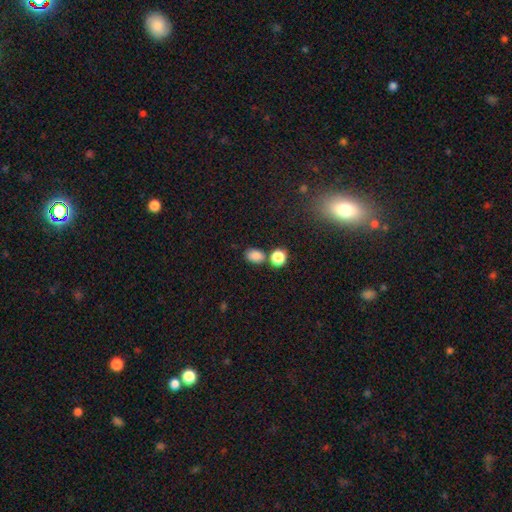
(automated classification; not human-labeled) Q: Smooth or featured?
A: smooth (83%); runner-up: star or artifact (12%)
Q: How rounded?
A: in between (74%); runner-up: round (24%)
Q: Merging?
A: none (69%); runner-up: merger (15%)